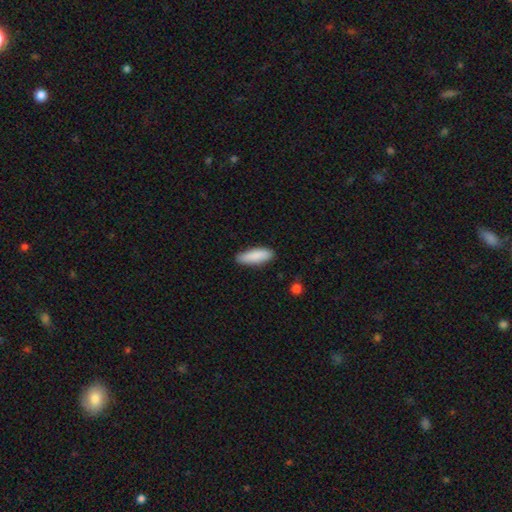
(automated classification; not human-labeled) smooth_or_featured: smooth (p=0.87) [alt: featured or disk p=0.07]
how_rounded: in between (p=0.52) [alt: cigar-shaped p=0.46]
merging: none (p=0.86) [alt: minor disturbance p=0.11]